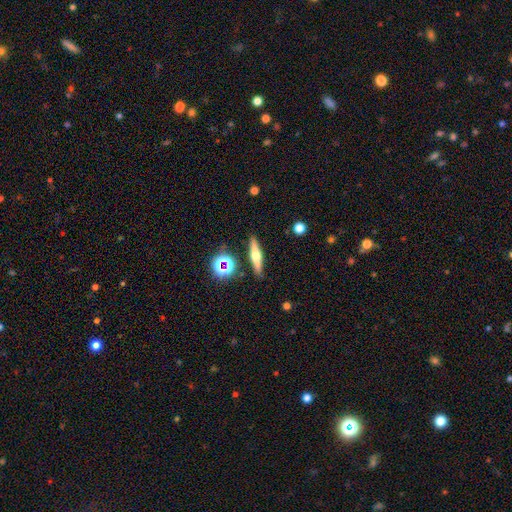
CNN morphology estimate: A featured or disk galaxy (56%) viewed edge-on (95%) with a rounded central bulge (92%). Merging: none (88%).